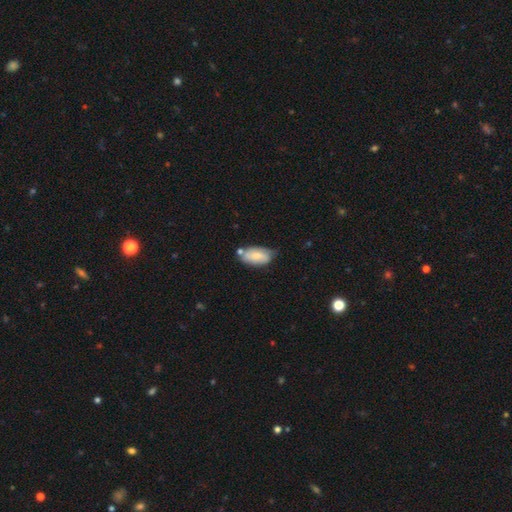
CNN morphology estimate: smooth_or_featured: smooth (p=0.71) [alt: featured or disk p=0.23]
how_rounded: in between (p=0.93) [alt: cigar-shaped p=0.04]
merging: none (p=0.52) [alt: minor disturbance p=0.29]